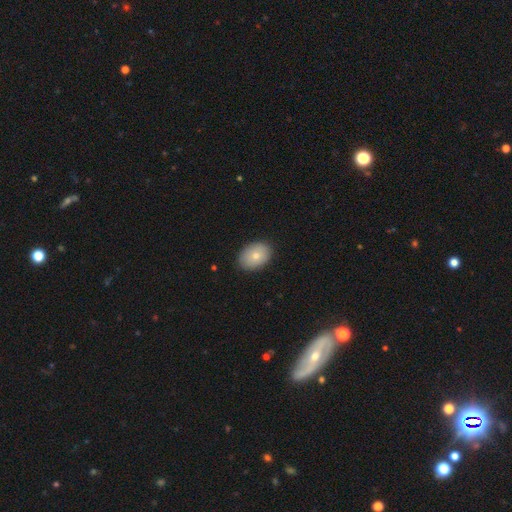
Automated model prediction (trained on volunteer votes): The model was most divided on "how rounded": in between: 74%, round: 25%, cigar-shaped: 1%. More confident: merging — none (89%); smooth or featured — smooth (78%).